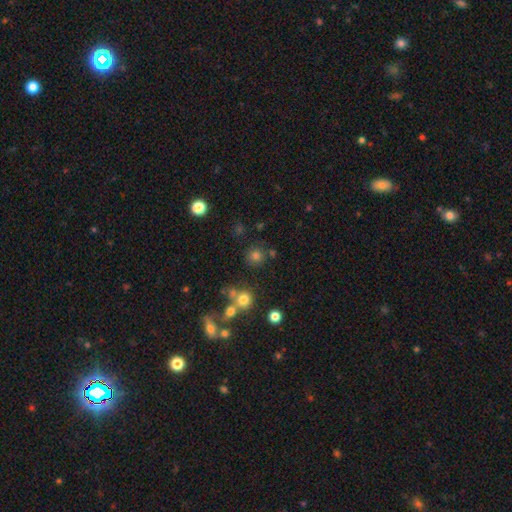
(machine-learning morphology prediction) Q: Smooth or featured?
A: smooth (73%); runner-up: star or artifact (19%)
Q: How rounded?
A: round (91%); runner-up: in between (8%)
Q: Merging?
A: none (78%); runner-up: merger (10%)